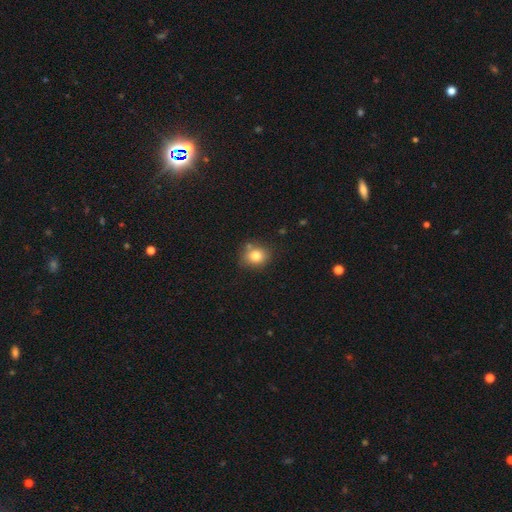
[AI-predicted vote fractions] A smooth galaxy with no disk features (80%) that is round (68%).

Vote fractions:
- Smooth or featured? smooth: 80% / star or artifact: 11% / featured or disk: 9%
- How rounded? round: 68% / in between: 31% / cigar-shaped: 1%
- Merging? none: 70% / minor disturbance: 18% / merger: 8% / major disturbance: 4%